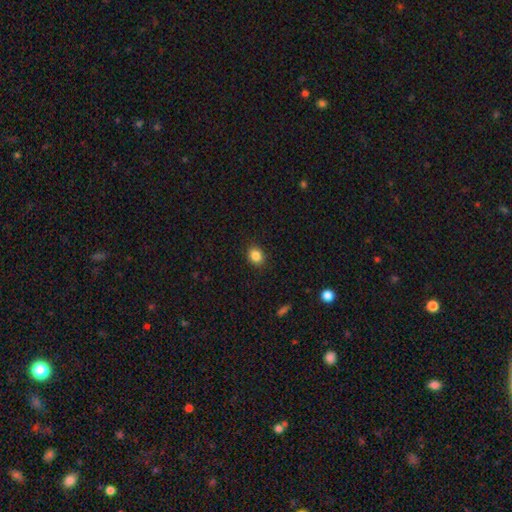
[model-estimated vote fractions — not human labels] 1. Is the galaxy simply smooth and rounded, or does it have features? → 86% smooth, 10% star or artifact, 4% featured or disk.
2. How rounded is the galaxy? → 54% round, 45% in between, 1% cigar-shaped.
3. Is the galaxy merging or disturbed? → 89% none, 8% minor disturbance, 2% major disturbance, 1% merger.